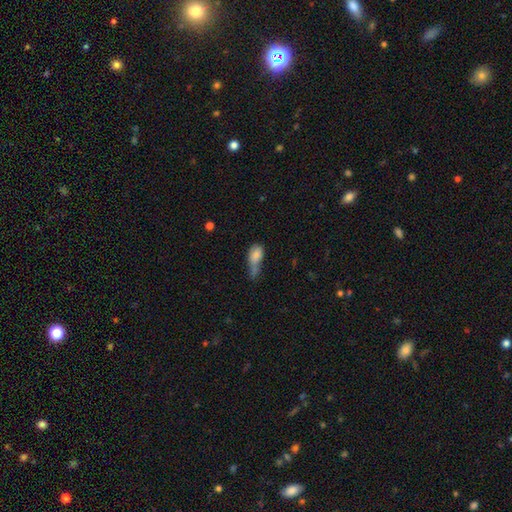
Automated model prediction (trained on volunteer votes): Smooth or featured? Predicted: smooth (p=0.75). How rounded? Predicted: in between (p=0.80). Merging? Predicted: major disturbance (p=0.29).